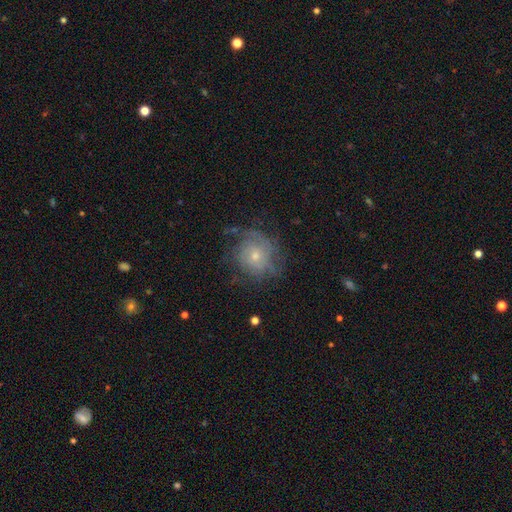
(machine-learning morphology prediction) Smooth or featured?
  - featured or disk: 56% *
  - smooth: 33%
  - star or artifact: 11%
Edge-on disk?
  - no: 97% *
  - yes: 3%
Bar?
  - no: 83% *
  - weak: 15%
  - strong: 2%
Spiral arms?
  - yes: 74% *
  - no: 26%
Bulge size?
  - small: 56% *
  - moderate: 39%
  - large: 3%
  - none: 2%
  - dominant: 1%
Merging?
  - none: 60% *
  - minor disturbance: 22%
  - major disturbance: 16%
  - merger: 2%